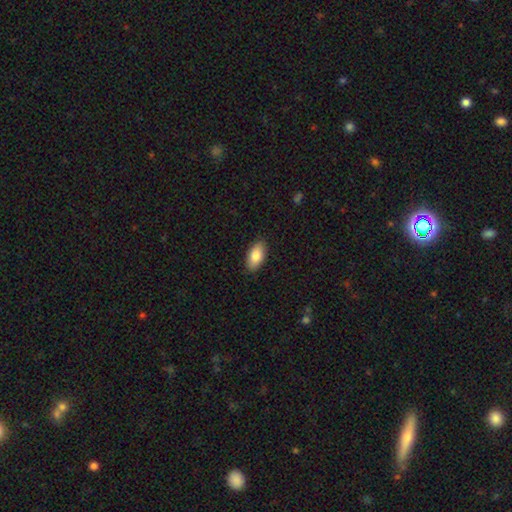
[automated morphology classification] smooth_or_featured: smooth (p=0.85) [alt: featured or disk p=0.09]
how_rounded: in between (p=0.93) [alt: cigar-shaped p=0.04]
merging: none (p=0.88) [alt: minor disturbance p=0.09]